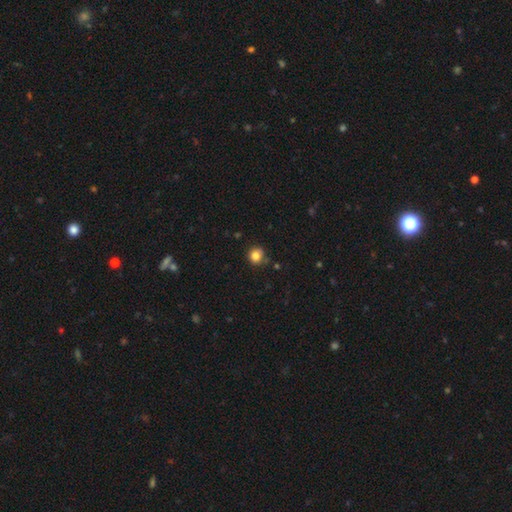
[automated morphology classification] Smooth or featured?
  - smooth: 83% *
  - star or artifact: 11%
  - featured or disk: 6%
How rounded?
  - round: 89% *
  - in between: 10%
  - cigar-shaped: 1%
Merging?
  - none: 78% *
  - minor disturbance: 14%
  - merger: 5%
  - major disturbance: 3%